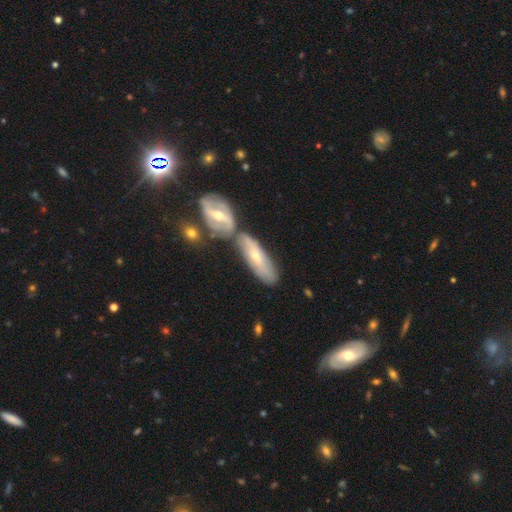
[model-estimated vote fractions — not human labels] smooth_or_featured: featured or disk (p=0.55) [alt: smooth p=0.39]
disk_edge_on: no (p=0.73) [alt: yes p=0.27]
merging: none (p=0.41) [alt: merger p=0.40]